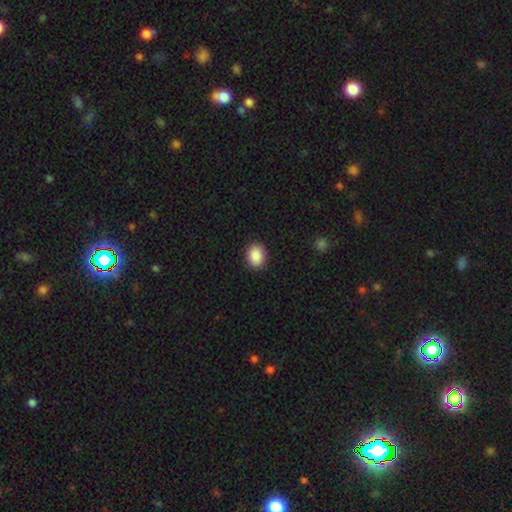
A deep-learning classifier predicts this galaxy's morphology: Q: Smooth or featured?
A: smooth (90%); runner-up: star or artifact (7%)
Q: How rounded?
A: in between (56%); runner-up: round (43%)
Q: Merging?
A: none (90%); runner-up: minor disturbance (8%)